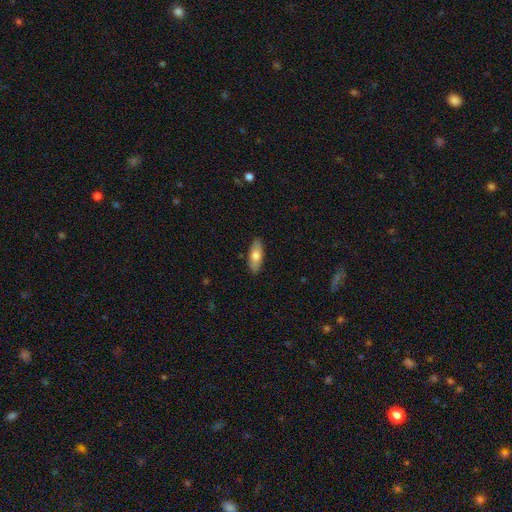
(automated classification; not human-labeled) Overall: smooth (71%). How rounded: in between (75%). Merging: none (88%).